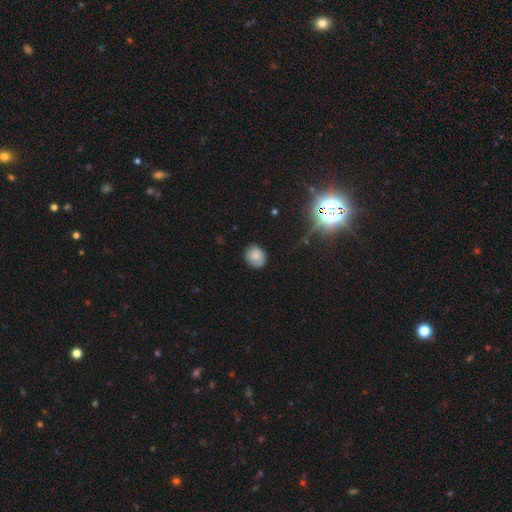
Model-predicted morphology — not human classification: Q: Smooth or featured?
A: smooth (81%); runner-up: star or artifact (12%)
Q: How rounded?
A: round (76%); runner-up: in between (23%)
Q: Merging?
A: none (79%); runner-up: minor disturbance (16%)